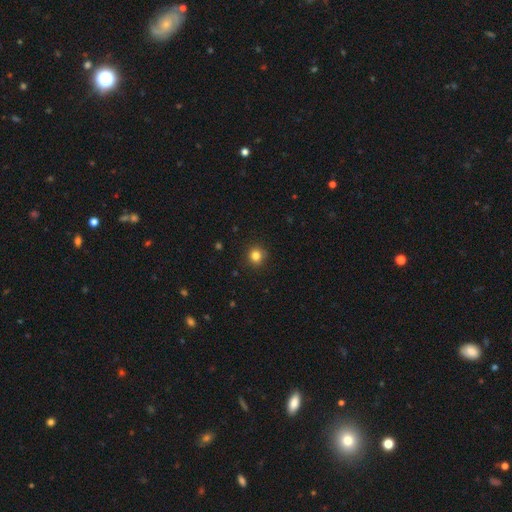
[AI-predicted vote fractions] A smooth galaxy with no disk features (83%) that is round (91%). Merging: none (90%).